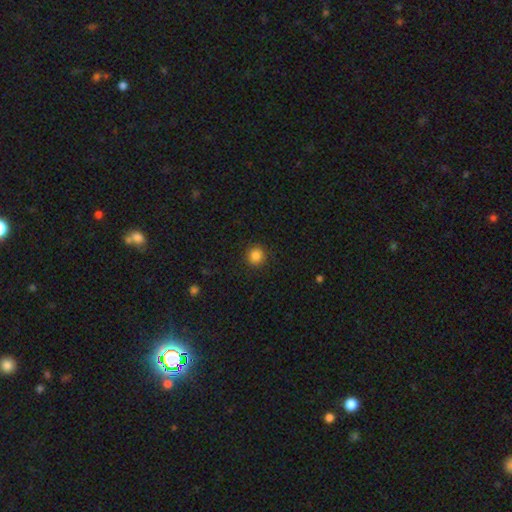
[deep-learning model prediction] smooth 85%, star or artifact 11%, featured or disk 4%. Down the decision tree: how rounded — round (92%); merging — none (91%).